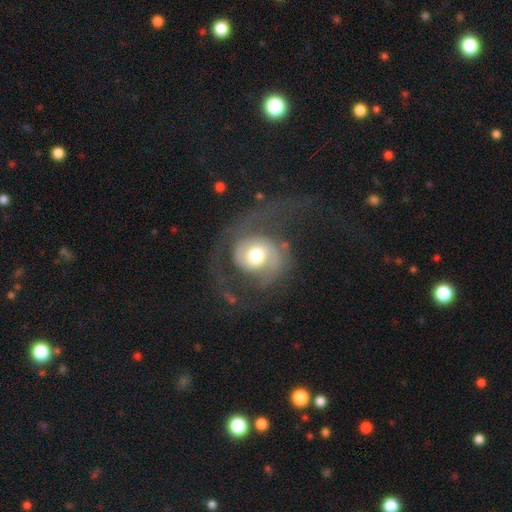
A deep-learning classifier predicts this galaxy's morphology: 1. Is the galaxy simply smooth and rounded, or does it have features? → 71% featured or disk, 22% smooth, 7% star or artifact.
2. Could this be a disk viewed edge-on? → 97% no, 3% yes.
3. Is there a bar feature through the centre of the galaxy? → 71% no, 24% weak, 6% strong.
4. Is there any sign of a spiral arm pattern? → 85% yes, 15% no.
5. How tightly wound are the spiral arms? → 41% medium, 30% tight, 29% loose.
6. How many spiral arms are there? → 55% 2, 28% 1, 10% can't tell, 3% 3, 2% 4, 2% more than 4.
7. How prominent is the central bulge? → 63% moderate, 24% large, 9% small, 3% dominant, 1% none.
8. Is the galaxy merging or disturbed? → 46% none, 36% major disturbance, 15% minor disturbance, 2% merger.